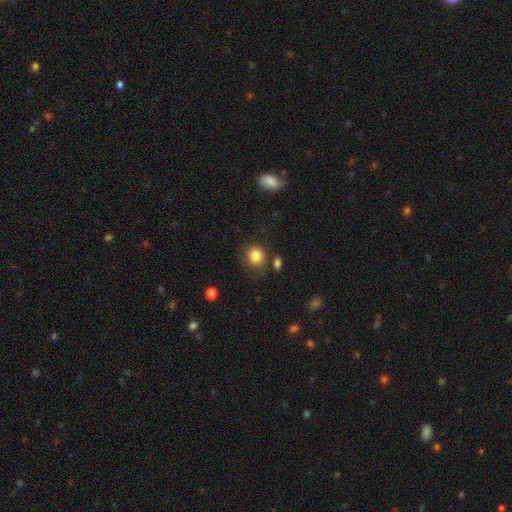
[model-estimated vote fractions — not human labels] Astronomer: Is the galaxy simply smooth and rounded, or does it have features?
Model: smooth — 84%.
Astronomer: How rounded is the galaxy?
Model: round — 74%.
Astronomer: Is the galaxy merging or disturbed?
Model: none — 73%.